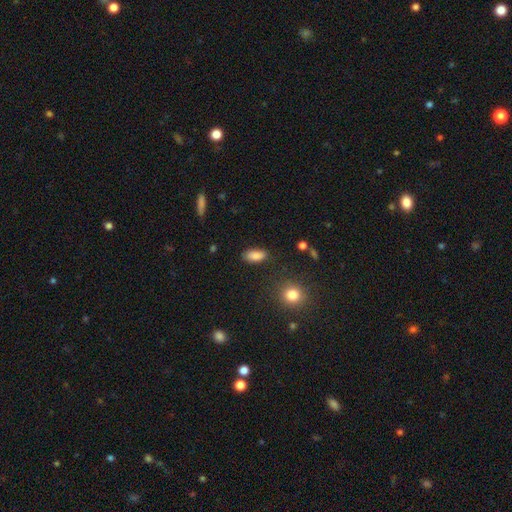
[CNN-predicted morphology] smooth-or-featured: smooth: 86% | star or artifact: 8% | featured or disk: 6%
  how-rounded: in between: 87% | cigar-shaped: 10% | round: 3%
  merging: none: 84% | minor disturbance: 11% | major disturbance: 3% | merger: 2%